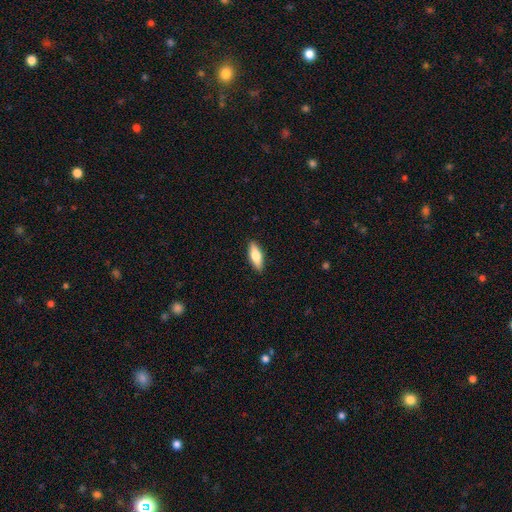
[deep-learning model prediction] Smooth or featured?
  - smooth: 70% *
  - featured or disk: 24%
  - star or artifact: 6%
How rounded?
  - in between: 64% *
  - cigar-shaped: 34%
  - round: 2%
Merging?
  - none: 89% *
  - minor disturbance: 8%
  - major disturbance: 2%
  - merger: 1%